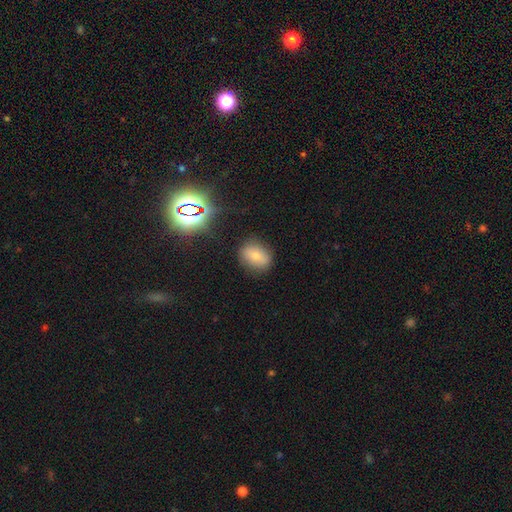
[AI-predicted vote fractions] The model was most divided on "how rounded": in between: 55%, round: 43%, cigar-shaped: 2%. More confident: merging — none (82%); smooth or featured — smooth (70%).